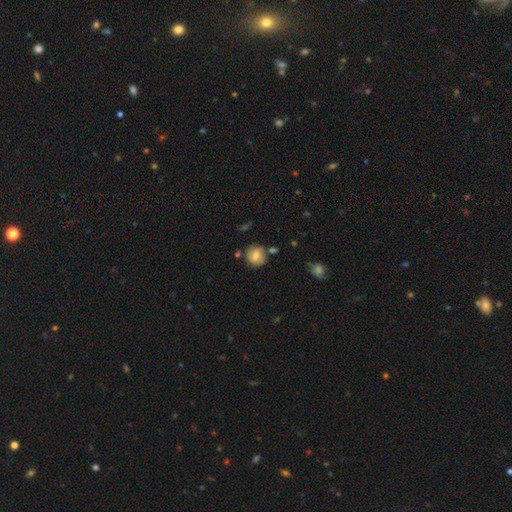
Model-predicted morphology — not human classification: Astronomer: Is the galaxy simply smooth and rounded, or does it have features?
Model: smooth — 66%.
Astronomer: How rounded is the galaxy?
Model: round — 88%.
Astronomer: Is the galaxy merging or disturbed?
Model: none — 74%.